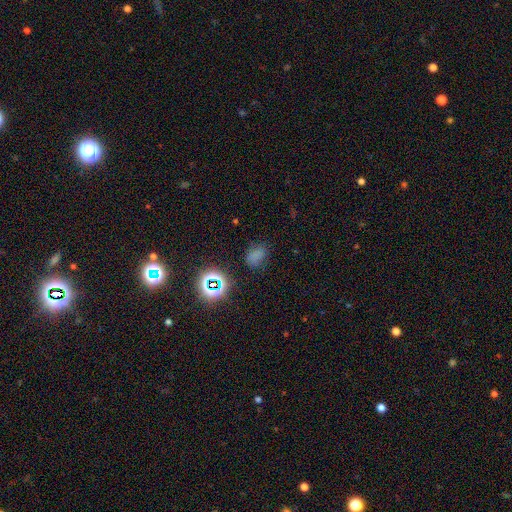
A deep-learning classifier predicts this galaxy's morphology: Smooth or featured?
  - smooth: 65% *
  - star or artifact: 28%
  - featured or disk: 8%
How rounded?
  - in between: 76% *
  - round: 23%
  - cigar-shaped: 2%
Merging?
  - none: 72% *
  - minor disturbance: 18%
  - major disturbance: 7%
  - merger: 3%